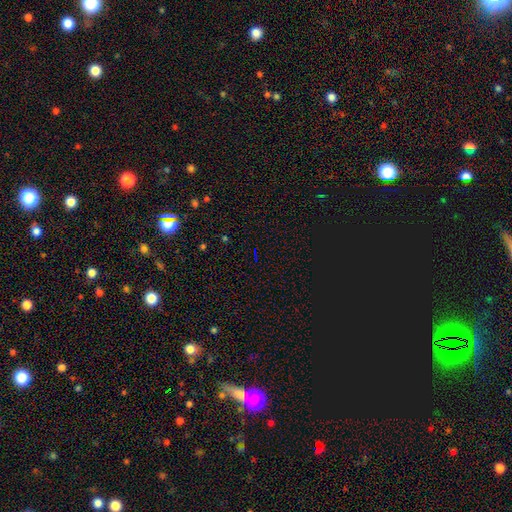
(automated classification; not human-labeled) Q: Smooth or featured?
A: star or artifact (75%); runner-up: smooth (17%)